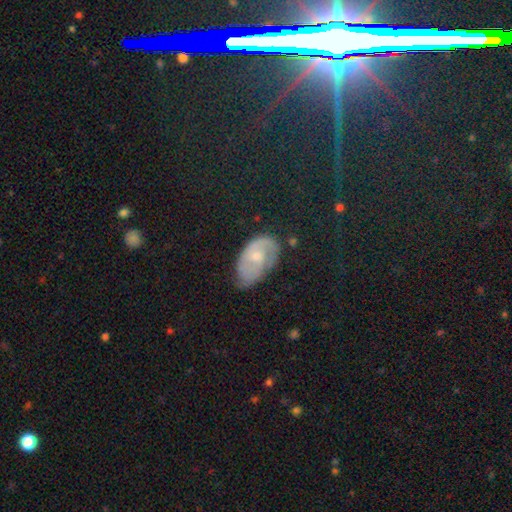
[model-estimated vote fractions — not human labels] Morphology: type=featured or disk (52%); edge-on=no (95%); merging=none (56%).